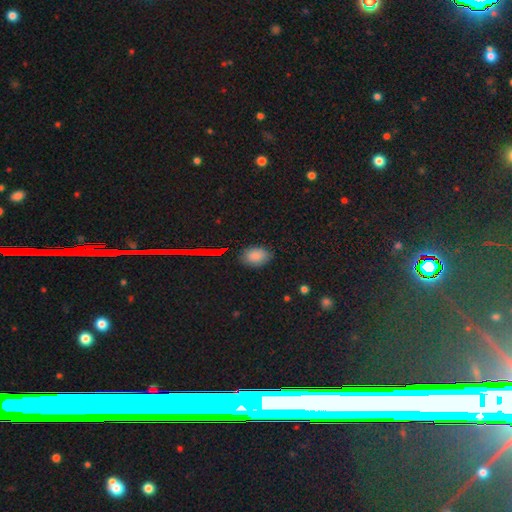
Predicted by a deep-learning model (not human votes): A smooth galaxy with no disk features (84%) that is in between round and cigar-shaped (86%). Merging: none (80%).